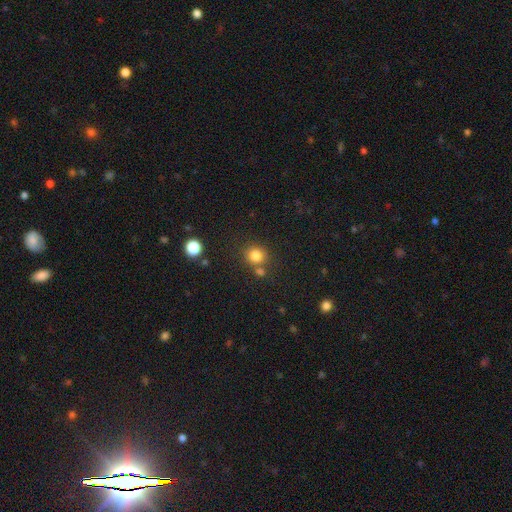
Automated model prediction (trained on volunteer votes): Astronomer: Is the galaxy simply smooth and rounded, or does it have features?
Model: smooth — 82%.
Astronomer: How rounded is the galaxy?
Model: round — 85%.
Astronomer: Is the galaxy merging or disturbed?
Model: none — 71%.